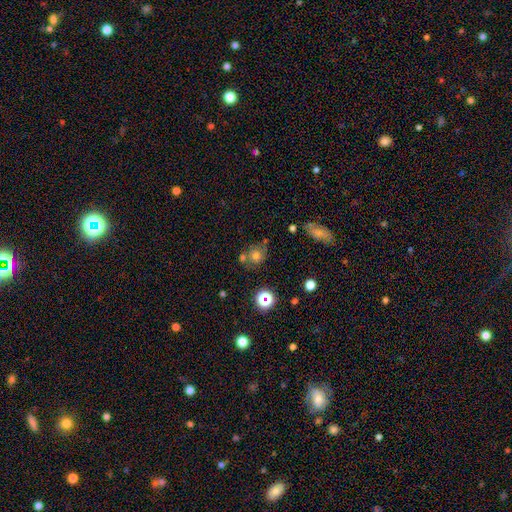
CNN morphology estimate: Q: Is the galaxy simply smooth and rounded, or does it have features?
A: smooth — 69%.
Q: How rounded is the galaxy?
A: round — 75%.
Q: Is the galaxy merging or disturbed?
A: none — 58%.